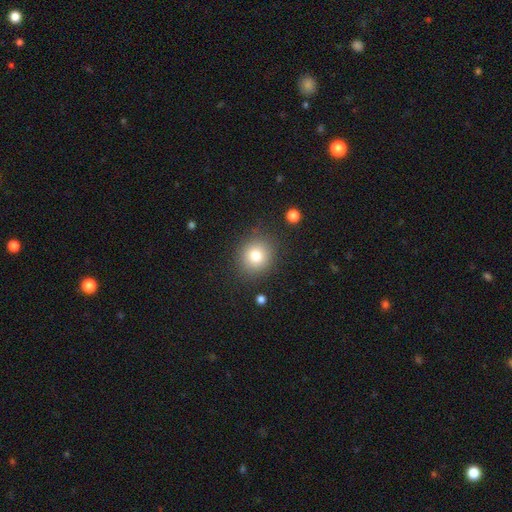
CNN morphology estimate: type=smooth (78%); roundness=round (82%); merging=none (85%).